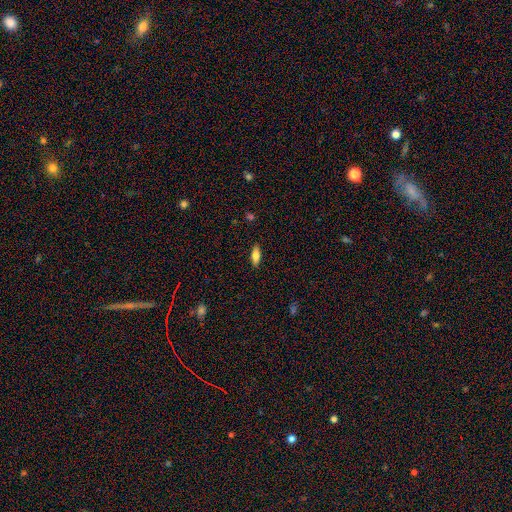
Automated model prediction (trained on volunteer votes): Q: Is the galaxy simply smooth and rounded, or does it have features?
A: smooth — 75%.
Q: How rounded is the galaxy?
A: in between — 72%.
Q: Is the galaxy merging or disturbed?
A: none — 87%.